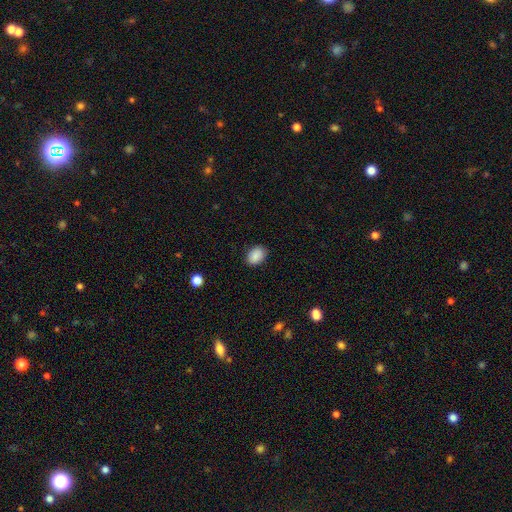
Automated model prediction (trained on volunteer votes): Smooth or featured? smooth (89%)
How rounded? in between (76%)
Merging? none (87%)